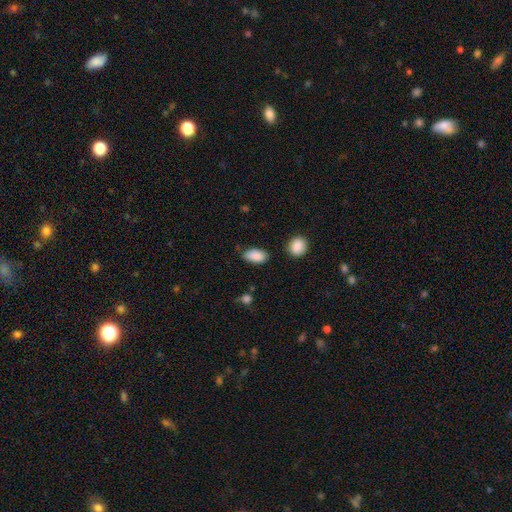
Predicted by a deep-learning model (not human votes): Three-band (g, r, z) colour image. It shows a smooth galaxy with no disk features (89%) that is in between round and cigar-shaped (92%). Merging: none (77%).